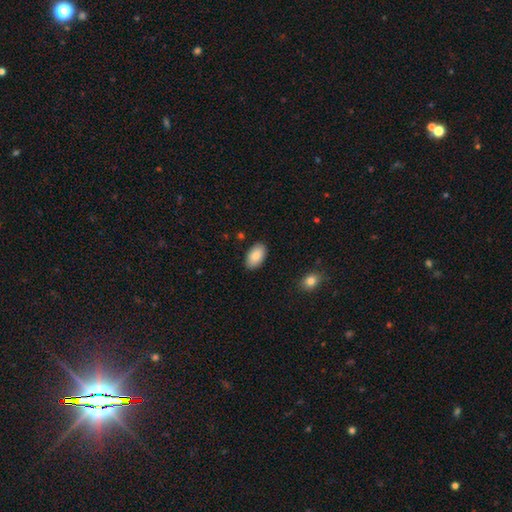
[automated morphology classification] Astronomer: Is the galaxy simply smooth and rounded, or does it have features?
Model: smooth — 87%.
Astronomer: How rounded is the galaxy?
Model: in between — 95%.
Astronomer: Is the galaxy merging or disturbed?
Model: none — 88%.